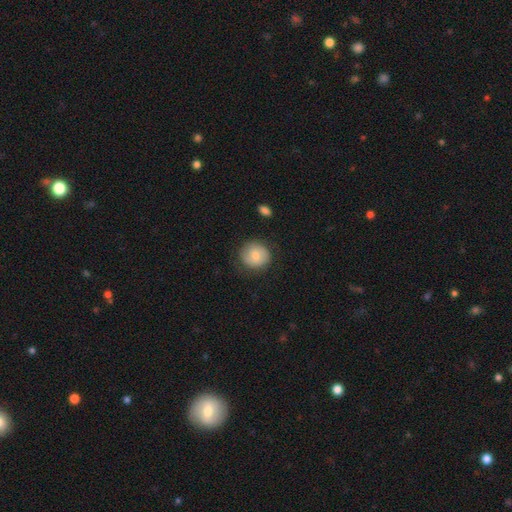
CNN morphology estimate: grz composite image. It shows a smooth galaxy with no disk features (75%) that is round (87%). Merging: none (78%).